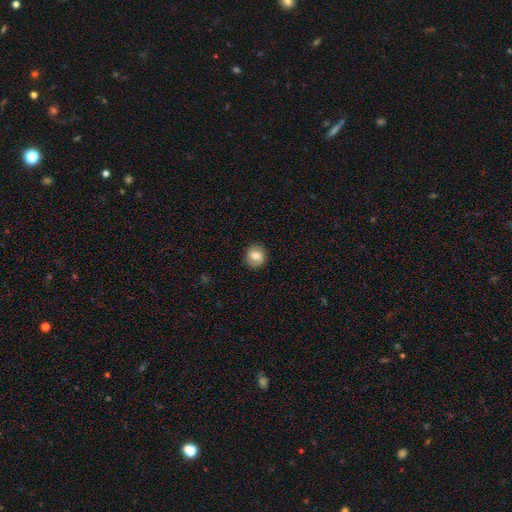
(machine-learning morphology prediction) Smooth or featured: smooth — 71% (featured or disk — 20%)
How rounded: round — 84% (in between — 15%)
Merging: none — 85% (minor disturbance — 11%)